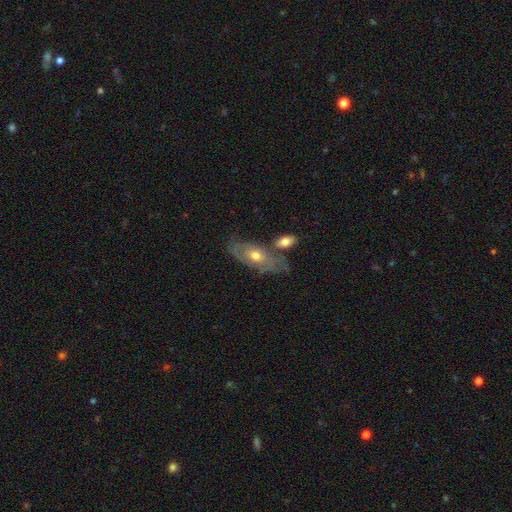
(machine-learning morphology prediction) Smooth or featured? featured or disk (54%)
Edge-on disk? no (84%)
Merging? none (51%)